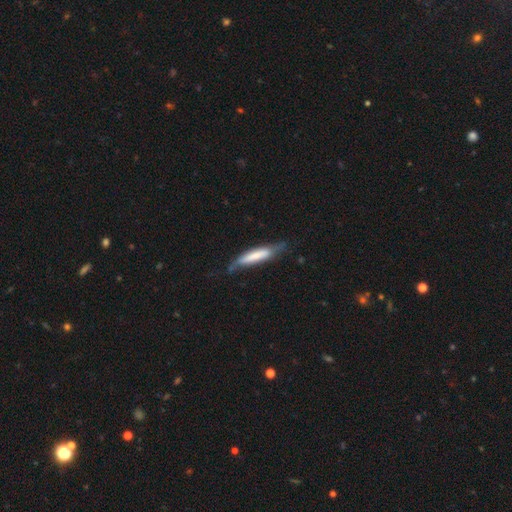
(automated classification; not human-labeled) This appears to be a smooth galaxy with no disk features (59%) that is cigar-shaped (82%). Merging: none (56%).